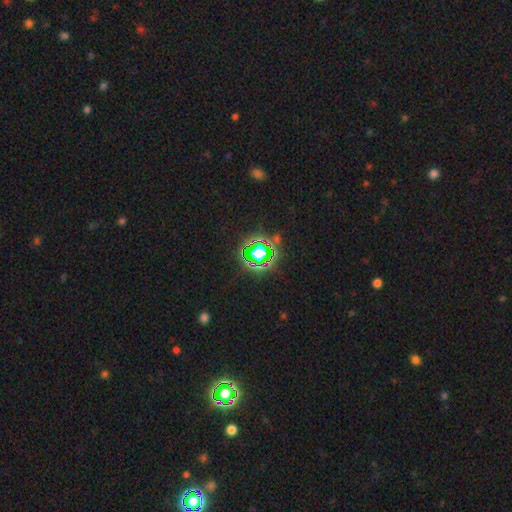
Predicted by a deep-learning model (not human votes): A star or artifact, not a galaxy (70%).

Vote fractions:
- Smooth or featured? star or artifact: 70% / smooth: 18% / featured or disk: 12%